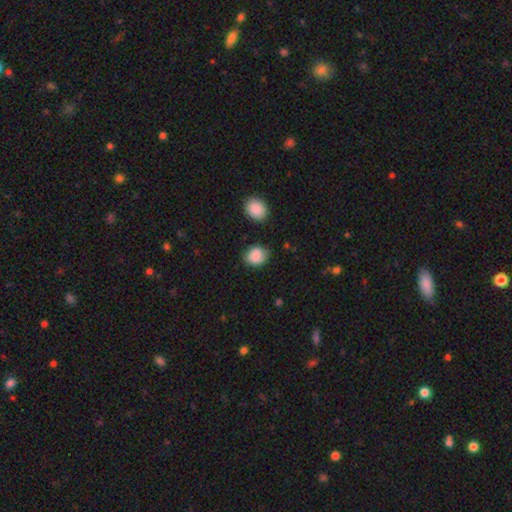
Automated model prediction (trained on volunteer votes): smooth_or_featured: smooth (p=0.84) [alt: star or artifact p=0.08]
how_rounded: round (p=0.58) [alt: in between p=0.41]
merging: none (p=0.71) [alt: minor disturbance p=0.21]